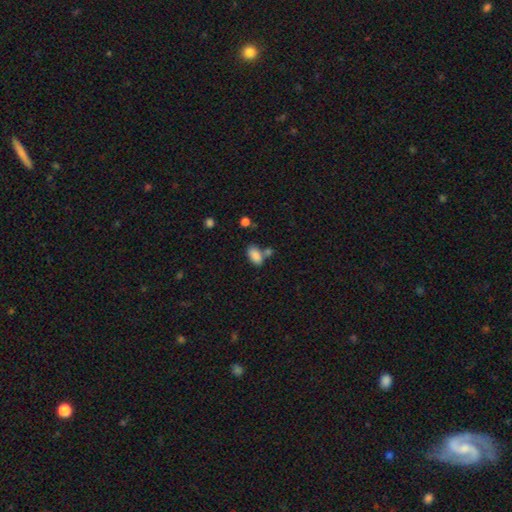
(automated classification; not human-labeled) smooth_or_featured: smooth (p=0.86) [alt: star or artifact p=0.09]
how_rounded: in between (p=0.92) [alt: cigar-shaped p=0.04]
merging: none (p=0.58) [alt: merger p=0.23]